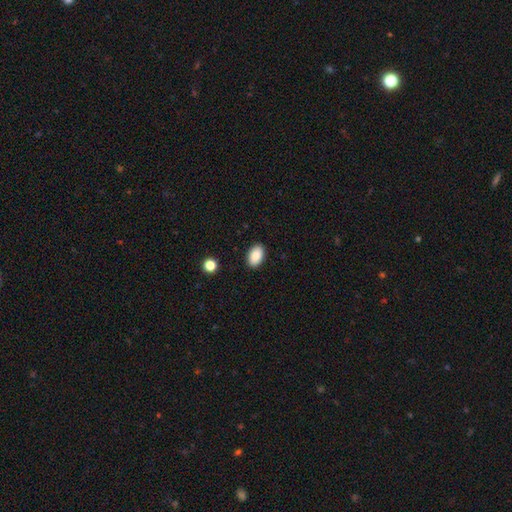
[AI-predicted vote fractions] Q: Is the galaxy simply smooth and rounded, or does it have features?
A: smooth — 87%.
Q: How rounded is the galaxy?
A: in between — 91%.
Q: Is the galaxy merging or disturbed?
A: none — 90%.